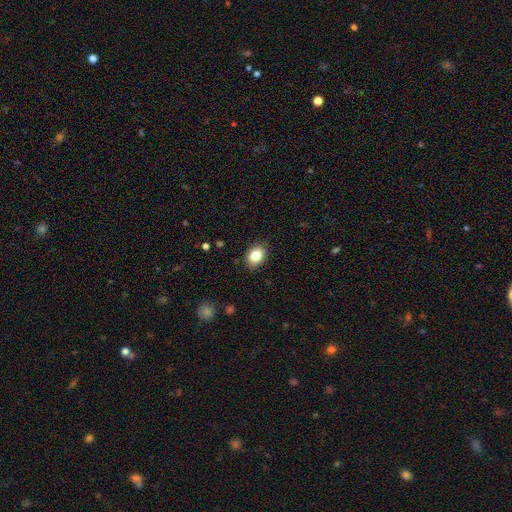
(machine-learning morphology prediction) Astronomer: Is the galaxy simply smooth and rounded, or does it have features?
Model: smooth — 84%.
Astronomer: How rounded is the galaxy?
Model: in between — 71%.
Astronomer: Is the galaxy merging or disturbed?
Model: none — 87%.